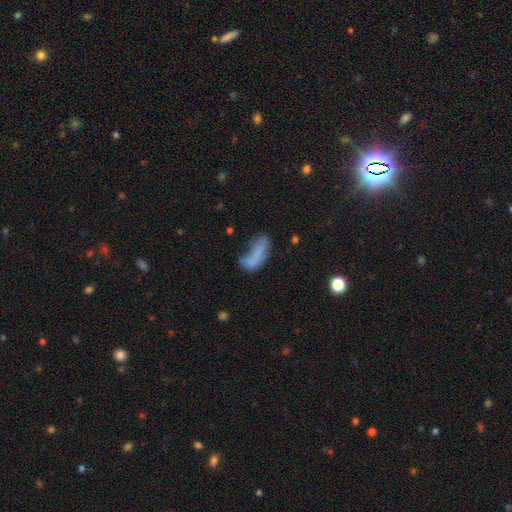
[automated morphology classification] Overall: smooth (65%). How rounded: in between (68%; cigar-shaped 29%). Merging: none (29%, tied with major disturbance).